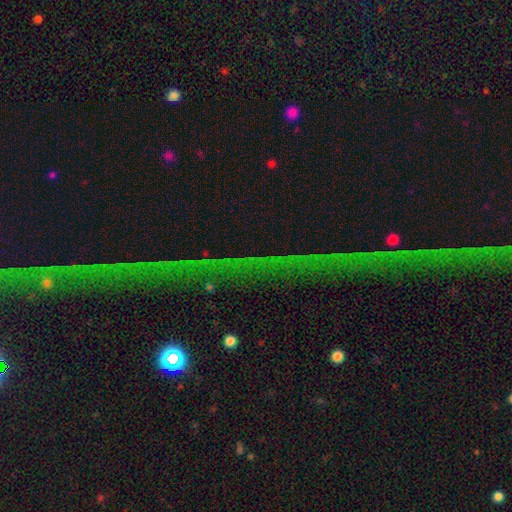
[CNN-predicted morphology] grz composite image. It shows a star or artifact, not a galaxy (74%).